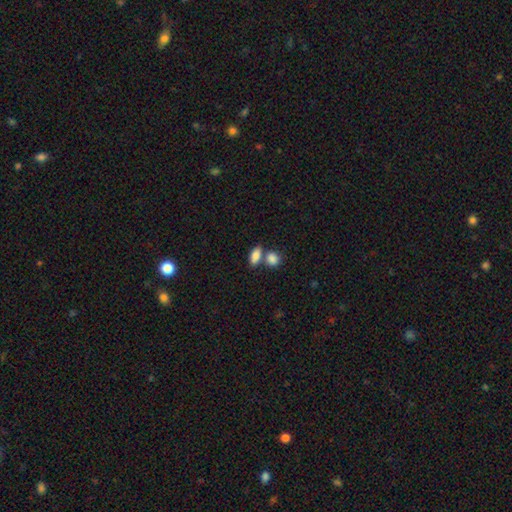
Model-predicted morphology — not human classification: Q: Smooth or featured?
A: smooth (84%); runner-up: star or artifact (8%)
Q: How rounded?
A: in between (85%); runner-up: round (10%)
Q: Merging?
A: none (48%); runner-up: merger (39%)